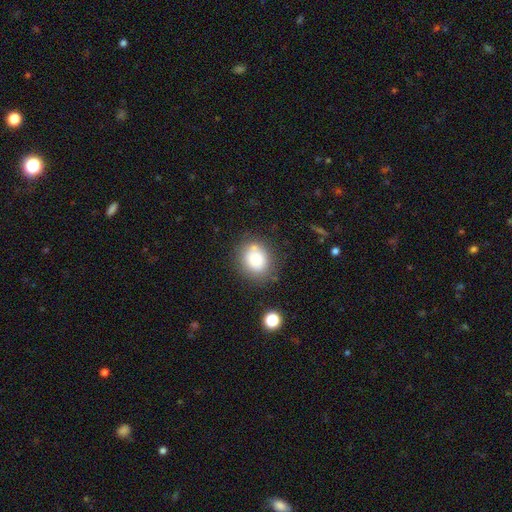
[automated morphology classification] A smooth galaxy with no disk features (74%) that is round (64%).

Vote fractions:
- Smooth or featured? smooth: 74% / featured or disk: 15% / star or artifact: 11%
- How rounded? round: 64% / in between: 35% / cigar-shaped: 1%
- Merging? none: 76% / minor disturbance: 14% / merger: 5% / major disturbance: 4%